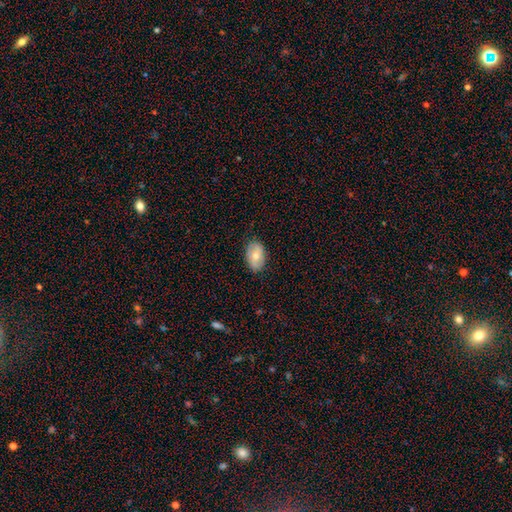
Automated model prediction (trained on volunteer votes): This is likely a smooth galaxy (68%). How rounded: clearly in between (89%). Merging: clearly none (84%).